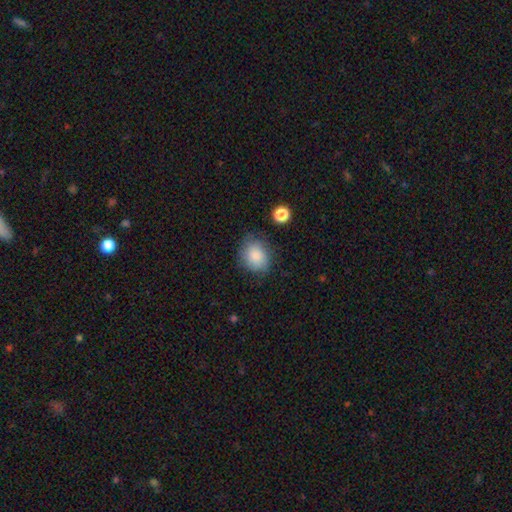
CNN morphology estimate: This appears to be a smooth galaxy with no disk features (84%) that is round (60%). Merging: none (71%).